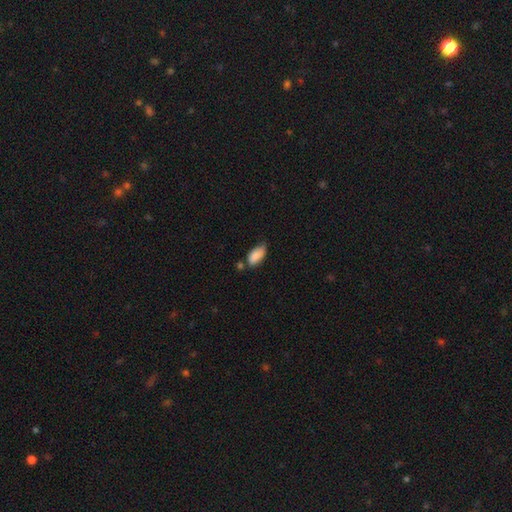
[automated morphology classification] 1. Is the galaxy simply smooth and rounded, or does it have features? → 86% smooth, 7% featured or disk, 7% star or artifact.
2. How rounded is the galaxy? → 92% in between, 5% cigar-shaped, 3% round.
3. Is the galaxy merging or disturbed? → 53% none, 32% minor disturbance, 9% merger, 6% major disturbance.